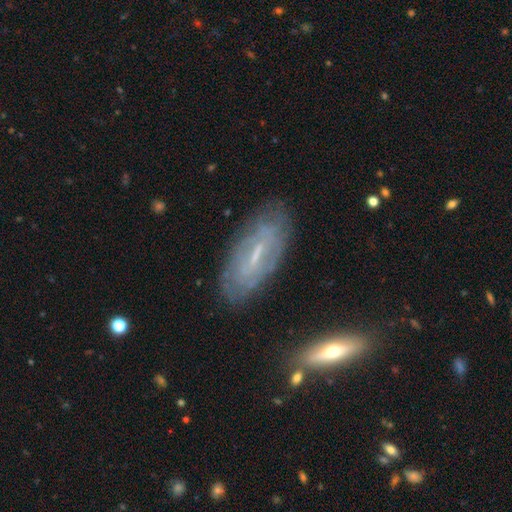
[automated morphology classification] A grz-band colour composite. It shows a featured or disk galaxy (69%) with a weak bar (48%), spiral arms (68%) and a small central bulge (66%). Merging: none (78%).